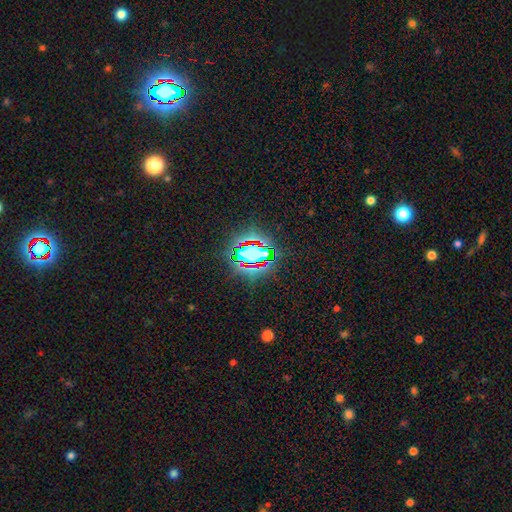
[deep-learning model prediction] star or artifact 64%, smooth 23%, featured or disk 13%.